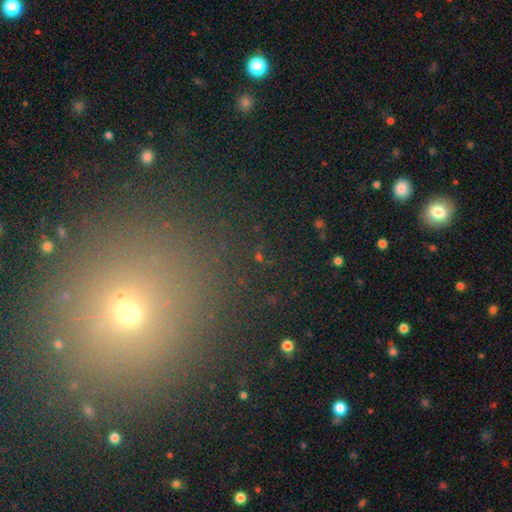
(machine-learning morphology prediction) star or artifact 56%, smooth 31%, featured or disk 14%.